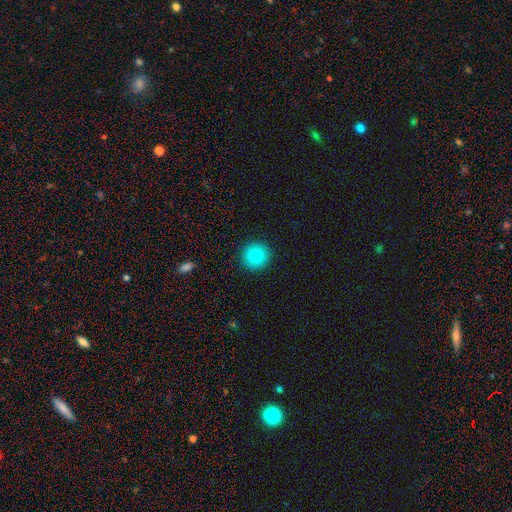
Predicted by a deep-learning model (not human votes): This appears to be a smooth galaxy with no disk features (84%) that is round (95%). Merging: none (92%).